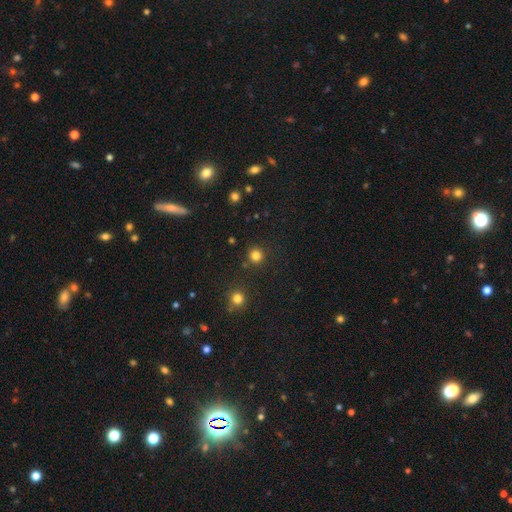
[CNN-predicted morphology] This appears to be a smooth galaxy with no disk features (81%) that is round (93%). Merging: none (87%).